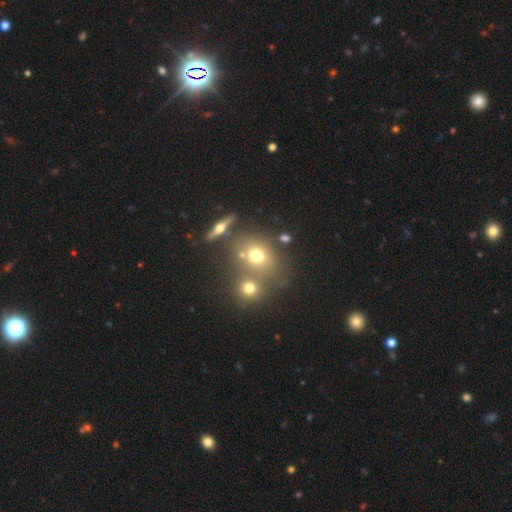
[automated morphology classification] The model was most divided on "merging": none: 50%, merger: 32%, minor disturbance: 12%, major disturbance: 6%. More confident: smooth or featured — smooth (62%); how rounded — round (59%).